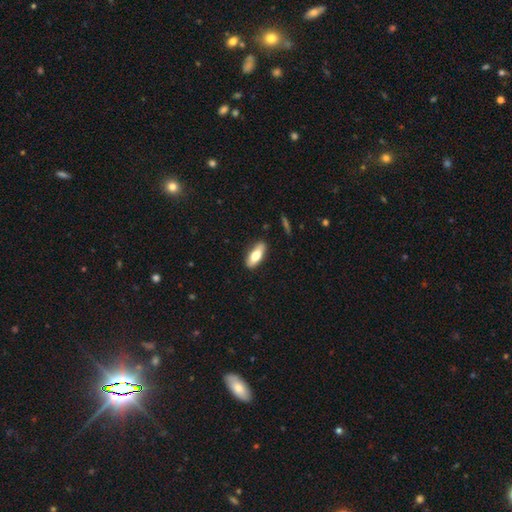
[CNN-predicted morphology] Smooth or featured? smooth (71%)
How rounded? in between (74%)
Merging? none (86%)